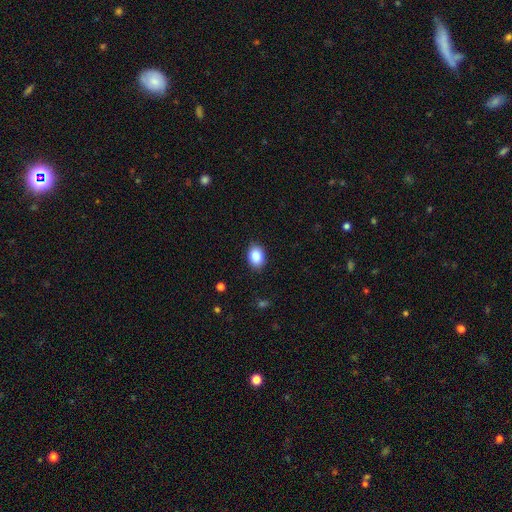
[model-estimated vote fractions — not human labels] The model was most divided on "how rounded": in between: 74%, round: 25%, cigar-shaped: 1%. More confident: merging — none (88%); smooth or featured — smooth (86%).